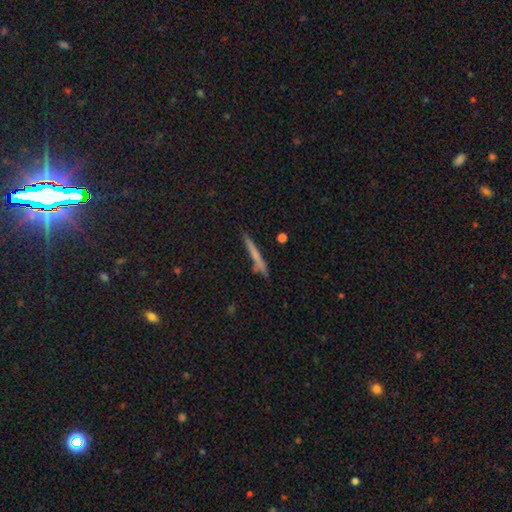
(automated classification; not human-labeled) smooth_or_featured: smooth (p=0.60) [alt: featured or disk p=0.30]
how_rounded: cigar-shaped (p=0.95) [alt: in between p=0.03]
merging: none (p=0.77) [alt: minor disturbance p=0.15]